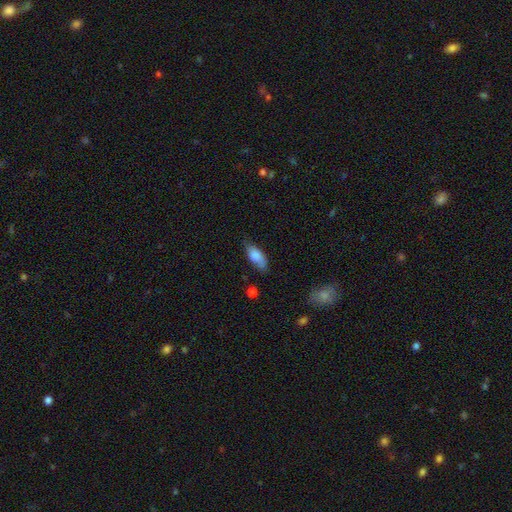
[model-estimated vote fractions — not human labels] smooth_or_featured: smooth (p=0.78) [alt: featured or disk p=0.15]
how_rounded: in between (p=0.82) [alt: cigar-shaped p=0.15]
merging: none (p=0.62) [alt: minor disturbance p=0.29]